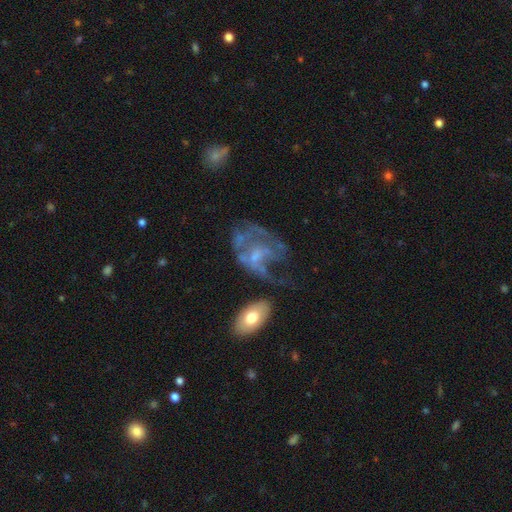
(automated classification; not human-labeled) A featured or disk galaxy (68%) with no bar (71%), no spiral arms (51%) and a small central bulge (44%). Merging: major disturbance (42%).